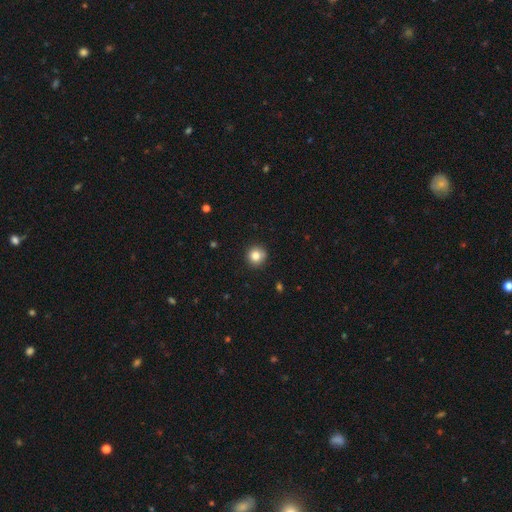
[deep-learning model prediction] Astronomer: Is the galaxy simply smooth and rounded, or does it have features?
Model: smooth — 84%.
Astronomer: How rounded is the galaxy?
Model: round — 94%.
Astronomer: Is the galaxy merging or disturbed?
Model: none — 89%.